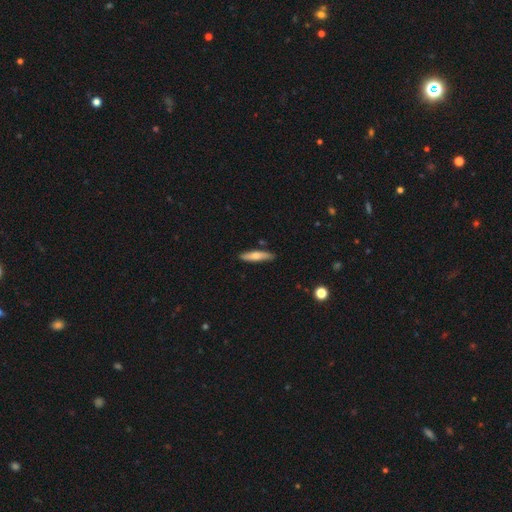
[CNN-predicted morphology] The model was most divided on "smooth or featured": smooth: 65%, featured or disk: 29%, star or artifact: 6%. More confident: merging — none (85%); how rounded — cigar-shaped (78%).